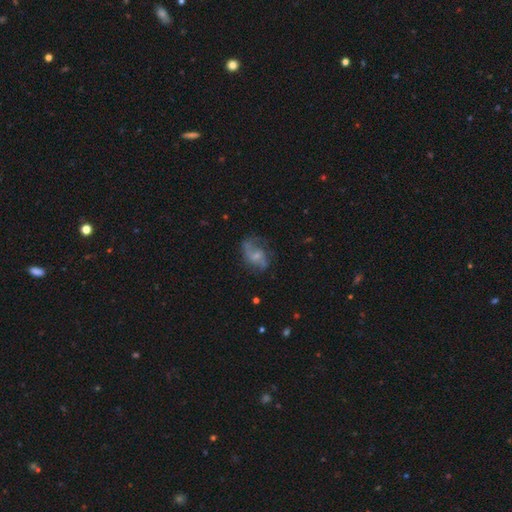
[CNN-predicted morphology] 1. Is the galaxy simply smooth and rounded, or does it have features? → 68% featured or disk, 23% smooth, 9% star or artifact.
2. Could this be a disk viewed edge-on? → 97% no, 3% yes.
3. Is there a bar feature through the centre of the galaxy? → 53% no, 39% weak, 8% strong.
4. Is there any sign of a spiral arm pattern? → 82% yes, 18% no.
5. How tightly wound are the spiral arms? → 61% loose, 31% medium, 9% tight.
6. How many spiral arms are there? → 70% 2, 14% 1, 11% can't tell, 2% 3, 1% 4, 1% more than 4.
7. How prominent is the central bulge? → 56% small, 23% moderate, 17% none, 2% large, 1% dominant.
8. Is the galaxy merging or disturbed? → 51% none, 24% minor disturbance, 22% major disturbance, 3% merger.